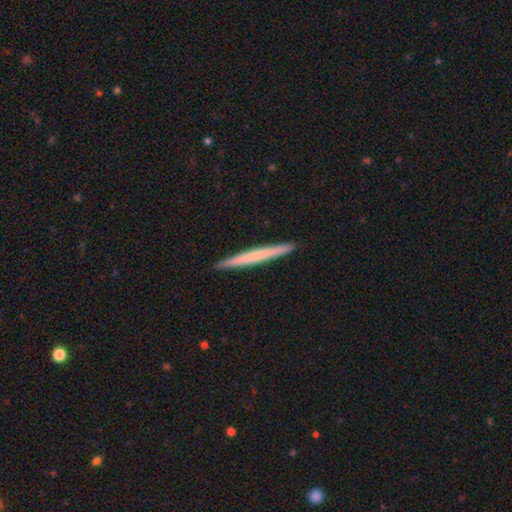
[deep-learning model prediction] Smooth or featured? smooth (55%)
How rounded? cigar-shaped (97%)
Merging? none (93%)